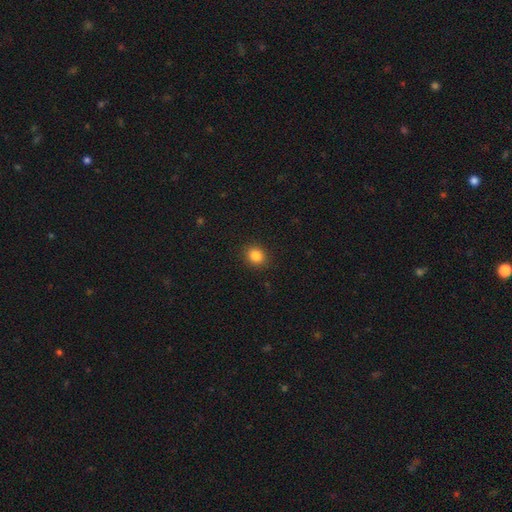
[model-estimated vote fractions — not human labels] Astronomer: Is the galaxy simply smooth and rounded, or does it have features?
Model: smooth — 85%.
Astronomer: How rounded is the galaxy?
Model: round — 71%.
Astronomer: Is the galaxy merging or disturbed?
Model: none — 90%.